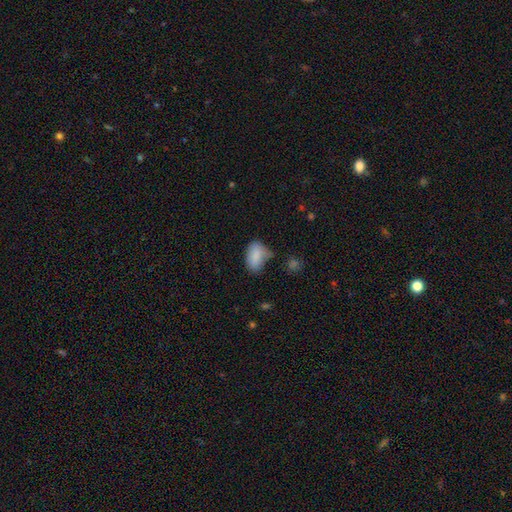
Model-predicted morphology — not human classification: Smooth or featured? smooth (84%)
How rounded? in between (90%)
Merging? none (48%)